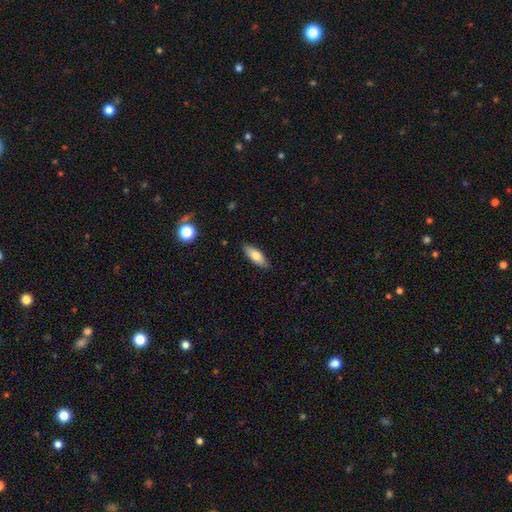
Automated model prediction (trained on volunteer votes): Smooth or featured? smooth (73%)
How rounded? in between (68%)
Merging? none (87%)